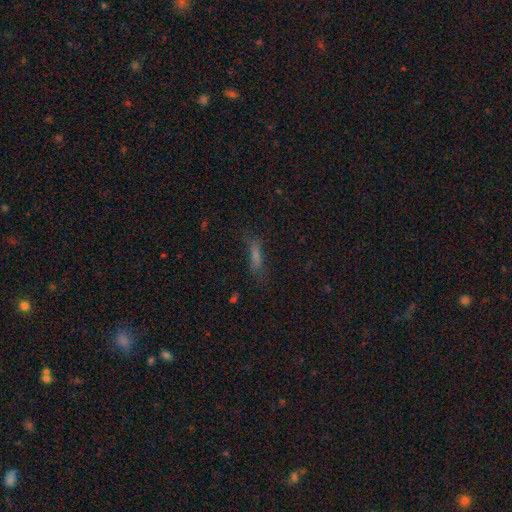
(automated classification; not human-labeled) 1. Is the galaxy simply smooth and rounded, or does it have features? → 58% smooth, 22% star or artifact, 20% featured or disk.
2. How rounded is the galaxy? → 69% cigar-shaped, 28% in between, 3% round.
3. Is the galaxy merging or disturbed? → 66% none, 21% minor disturbance, 10% major disturbance, 3% merger.